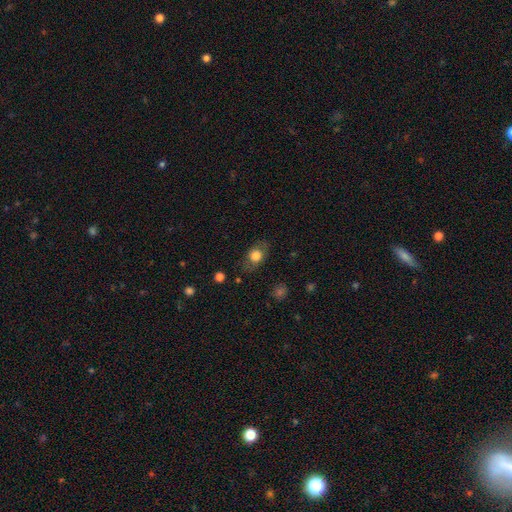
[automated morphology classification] This is likely a smooth galaxy (73%). How rounded: likely in between (67%). Merging: likely none (78%).